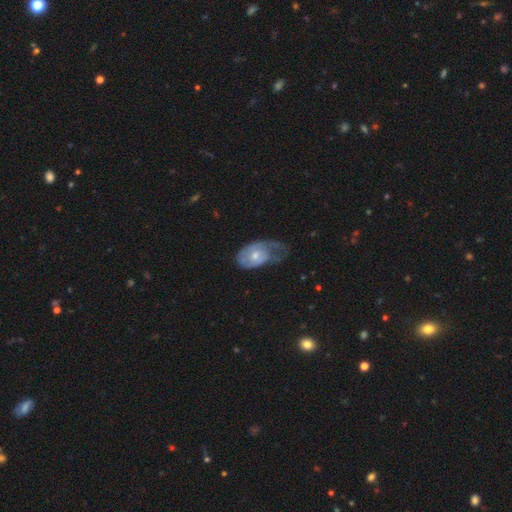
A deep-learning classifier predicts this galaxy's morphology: featured or disk 54%, smooth 40%, star or artifact 5%. Down the decision tree: edge-on disk — no (95%); bar — no (75%); spiral arms — yes (63%); bulge size — moderate (53%); merging — major disturbance (46%).